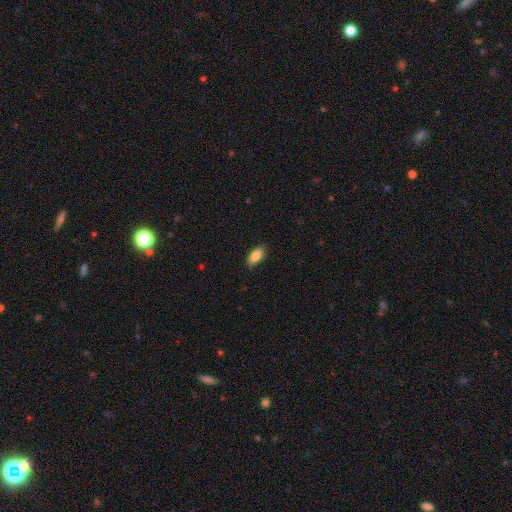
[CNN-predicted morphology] smooth 86%, featured or disk 7%, star or artifact 7%. Down the decision tree: how rounded — in between (89%); merging — none (87%).